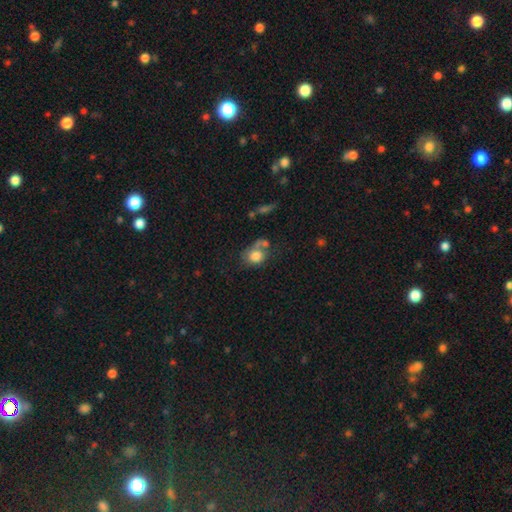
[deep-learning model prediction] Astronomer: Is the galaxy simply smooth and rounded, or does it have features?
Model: smooth — 78%.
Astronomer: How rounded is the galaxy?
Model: round — 58% (runner-up: in between, 40%).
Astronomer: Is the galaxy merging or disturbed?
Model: none — 39% (runner-up: merger, 31%).